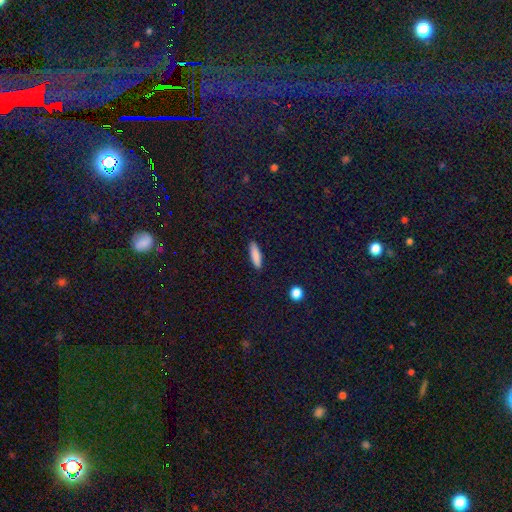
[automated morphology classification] type=smooth (86%); roundness=cigar-shaped (71%); merging=none (90%).